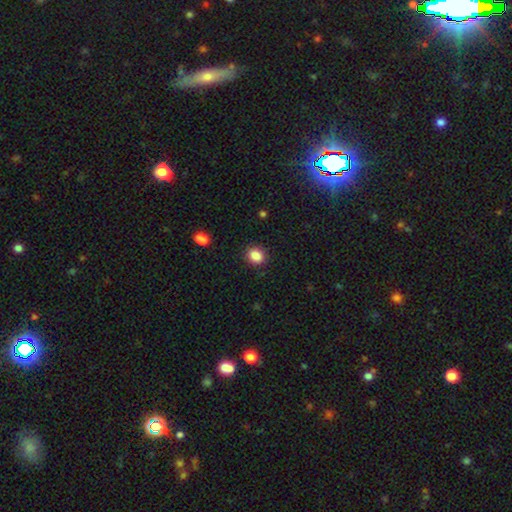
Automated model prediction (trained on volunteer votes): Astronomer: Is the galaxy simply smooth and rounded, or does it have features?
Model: smooth — 86%.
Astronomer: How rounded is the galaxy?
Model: round — 63%.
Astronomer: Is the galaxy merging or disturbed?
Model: none — 89%.